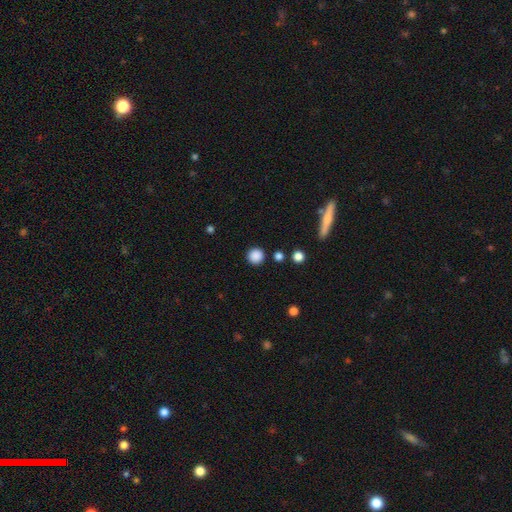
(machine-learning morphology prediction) Smooth or featured? smooth (87%)
How rounded? round (95%)
Merging? none (89%)